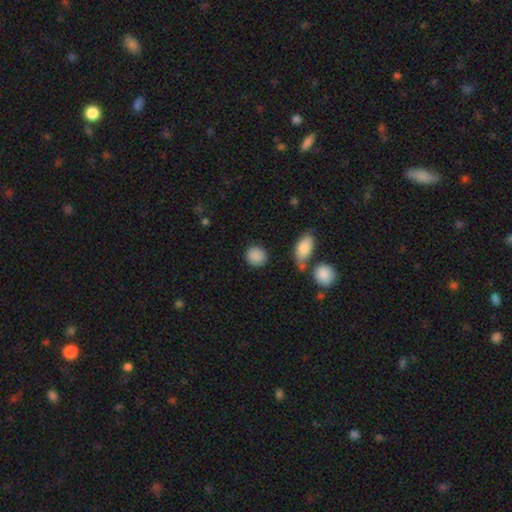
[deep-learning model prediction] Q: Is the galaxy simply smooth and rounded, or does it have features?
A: smooth — 88%.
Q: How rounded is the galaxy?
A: round — 82%.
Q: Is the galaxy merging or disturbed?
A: none — 85%.